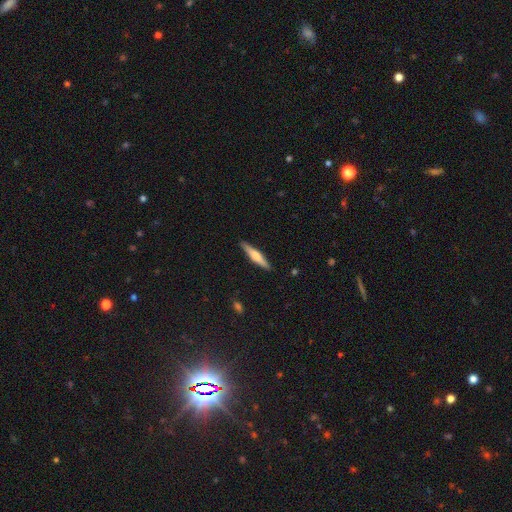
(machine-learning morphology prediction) Smooth or featured? Predicted: featured or disk (p=0.52). Edge-on disk? Predicted: yes (p=0.96). Edge-on bulge? Predicted: rounded (p=0.84). Merging? Predicted: none (p=0.90).